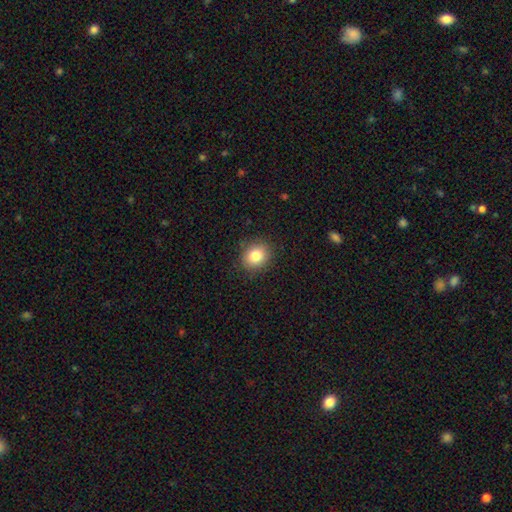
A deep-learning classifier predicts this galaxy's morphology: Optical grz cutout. It shows a smooth galaxy with no disk features (82%) that is round (67%). Merging: none (88%).